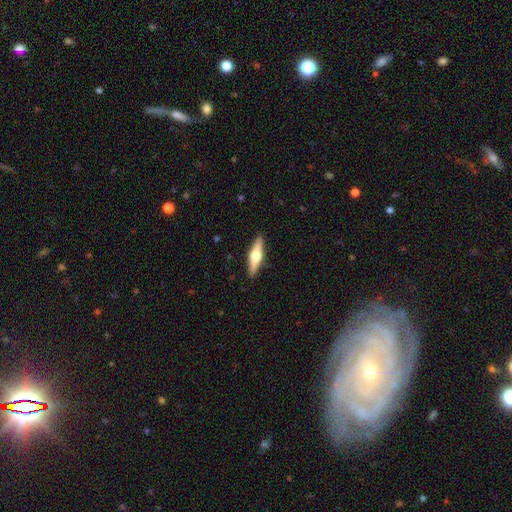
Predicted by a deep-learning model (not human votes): Smooth or featured? Predicted: featured or disk (p=0.60). Edge-on disk? Predicted: yes (p=0.96). Edge-on bulge? Predicted: rounded (p=0.95). Merging? Predicted: none (p=0.91).